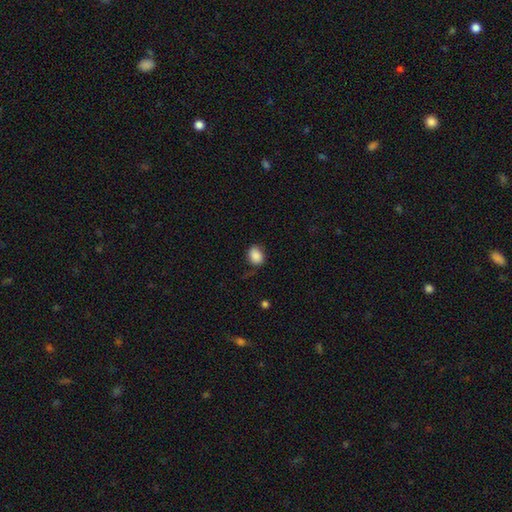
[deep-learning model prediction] This appears to be a smooth galaxy with no disk features (87%) that is in between round and cigar-shaped (56%). Merging: none (71%).